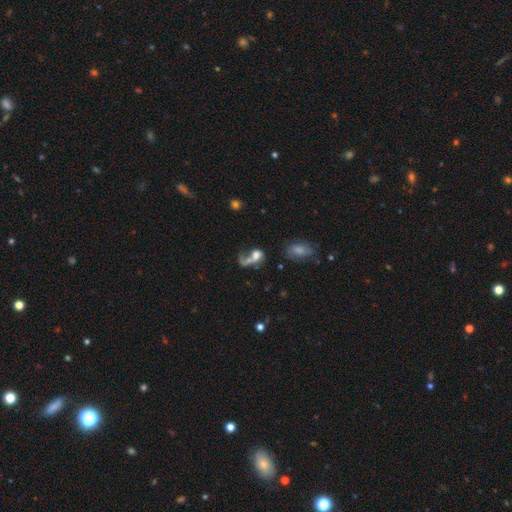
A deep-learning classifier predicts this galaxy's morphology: type=smooth (44%); merging=merger (40%).